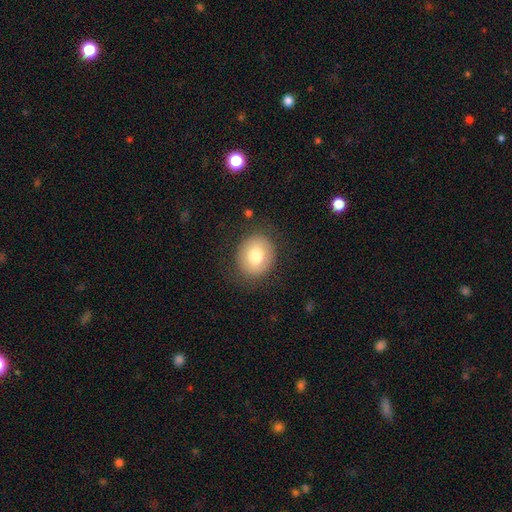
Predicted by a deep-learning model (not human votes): A smooth galaxy with no disk features (75%) that is round (71%). Merging: none (84%).